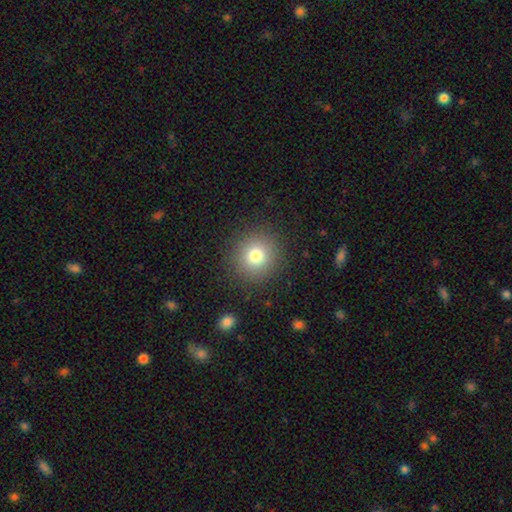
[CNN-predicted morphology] A smooth galaxy with no disk features (78%) that is round (92%).

Vote fractions:
- Smooth or featured? smooth: 78% / star or artifact: 13% / featured or disk: 9%
- How rounded? round: 92% / in between: 7% / cigar-shaped: 1%
- Merging? none: 89% / minor disturbance: 7% / major disturbance: 3% / merger: 1%